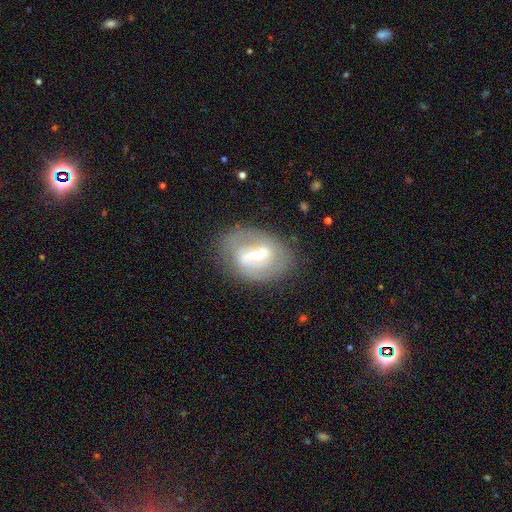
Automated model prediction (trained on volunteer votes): Overall: featured or disk (77%). Edge-on disk: no (94%). Bar: strong (48%; weak 39%). Spiral arms: yes (73%). Spiral arm count: 2 (73%). Spiral winding: medium (43%; tight 36%). Bulge size: small (49%; moderate 45%). Merging: none (75%).